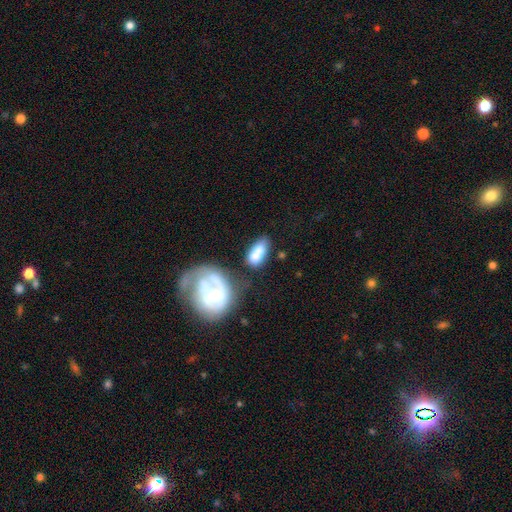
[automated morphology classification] This appears to be a smooth galaxy with no disk features (66%) that is in between round and cigar-shaped (85%). Merging: merger (38%).